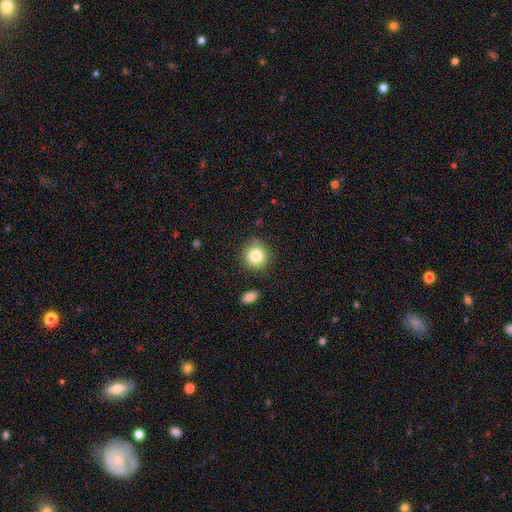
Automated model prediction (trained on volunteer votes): Smooth or featured? Predicted: smooth (p=0.82). How rounded? Predicted: round (p=0.90). Merging? Predicted: none (p=0.82).